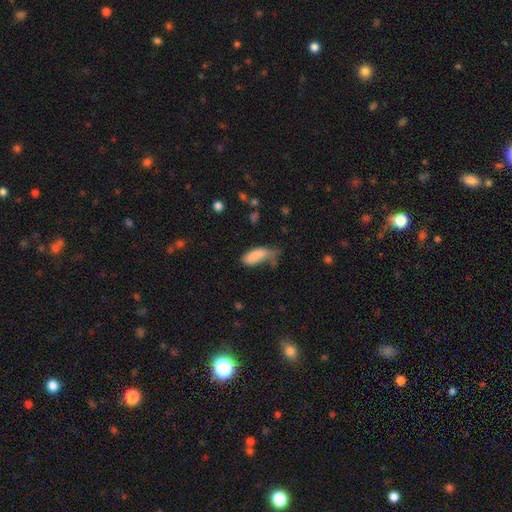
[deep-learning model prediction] This appears to be a smooth galaxy with no disk features (81%) that is in between round and cigar-shaped (81%). Merging: minor disturbance (33%).